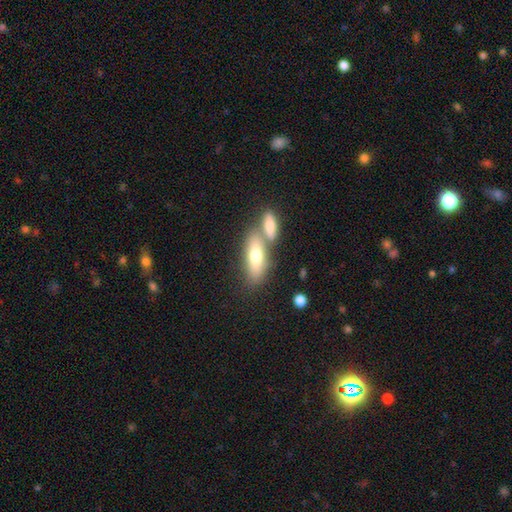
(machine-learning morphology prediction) Smooth or featured?
  - smooth: 69% *
  - featured or disk: 24%
  - star or artifact: 7%
How rounded?
  - in between: 69% *
  - cigar-shaped: 28%
  - round: 3%
Merging?
  - none: 46% *
  - merger: 39%
  - minor disturbance: 10%
  - major disturbance: 4%